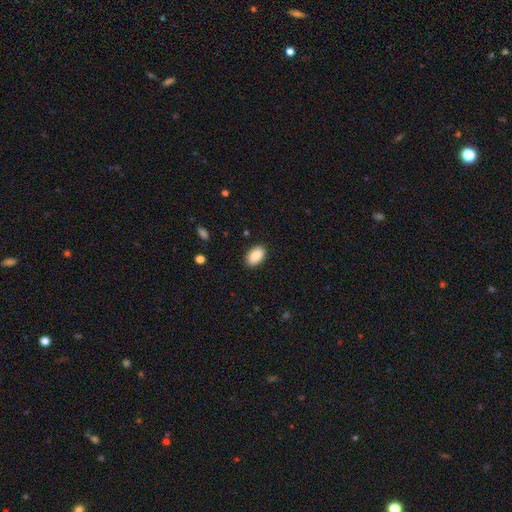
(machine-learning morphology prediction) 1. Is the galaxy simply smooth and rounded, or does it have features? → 89% smooth, 7% star or artifact, 4% featured or disk.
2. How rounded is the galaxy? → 93% in between, 6% round, 1% cigar-shaped.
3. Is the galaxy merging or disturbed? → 88% none, 9% minor disturbance, 2% major disturbance, 1% merger.